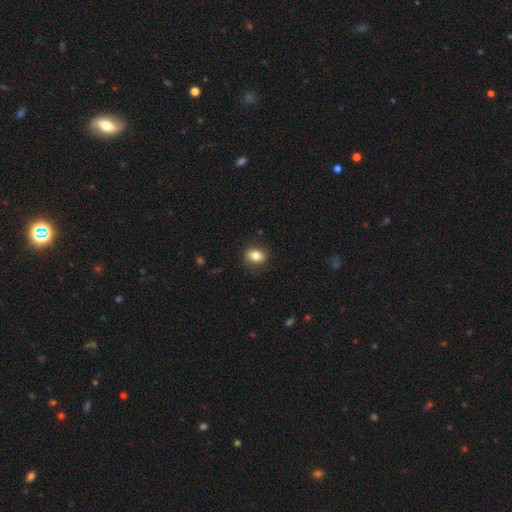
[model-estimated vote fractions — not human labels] Smooth or featured? smooth (82%)
How rounded? in between (56%)
Merging? none (85%)